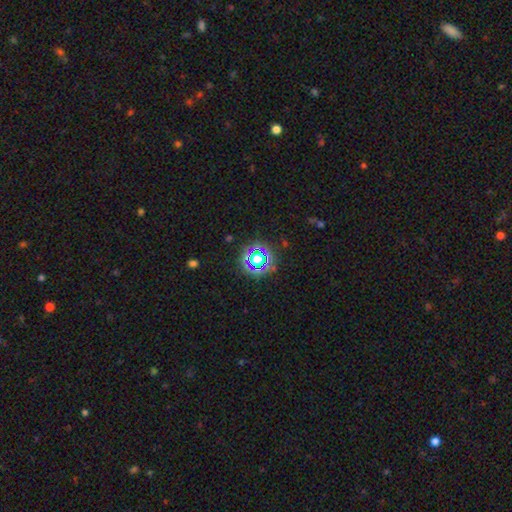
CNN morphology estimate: smooth-or-featured: star or artifact: 56% | smooth: 32% | featured or disk: 11%